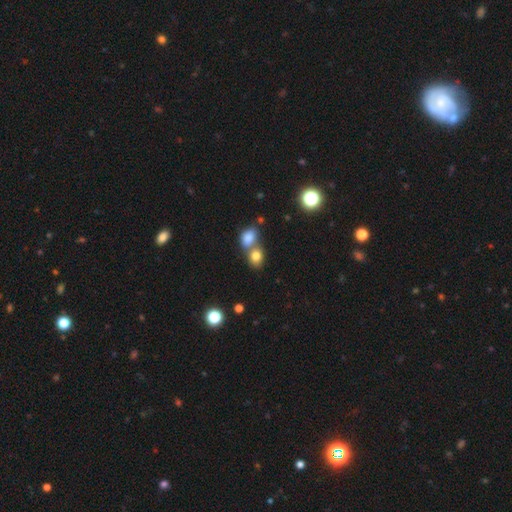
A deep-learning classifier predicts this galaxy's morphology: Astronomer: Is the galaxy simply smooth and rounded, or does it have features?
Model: smooth — 79%.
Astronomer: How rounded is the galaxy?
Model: in between — 52% (runner-up: round, 47%).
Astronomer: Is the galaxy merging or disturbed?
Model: merger — 53% (runner-up: none, 37%).